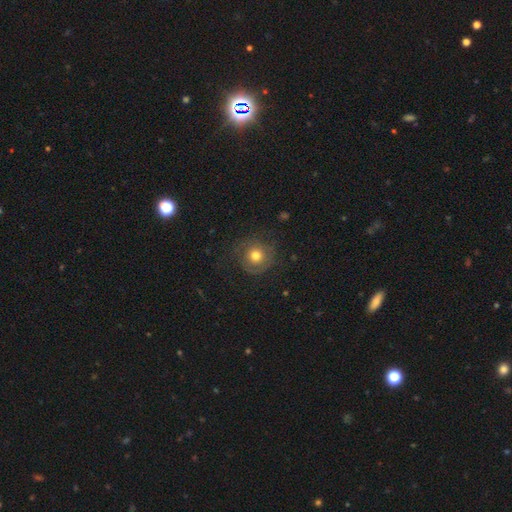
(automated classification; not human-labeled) This appears to be a smooth galaxy with no disk features (62%) that is round (92%). Merging: none (71%).